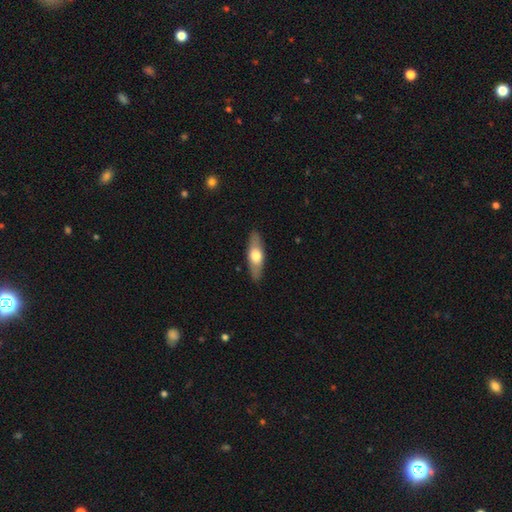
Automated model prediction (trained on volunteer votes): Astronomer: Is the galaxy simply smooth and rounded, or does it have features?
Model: smooth — 55% (runner-up: featured or disk, 40%).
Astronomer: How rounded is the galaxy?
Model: in between — 54% (runner-up: cigar-shaped, 43%).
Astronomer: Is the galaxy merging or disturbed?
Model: none — 88%.